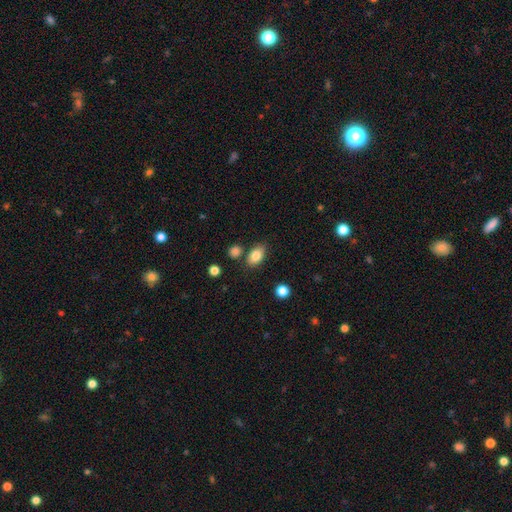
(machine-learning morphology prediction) smooth_or_featured: smooth (p=0.83) [alt: star or artifact p=0.08]
how_rounded: in between (p=0.87) [alt: round p=0.10]
merging: none (p=0.77) [alt: minor disturbance p=0.12]